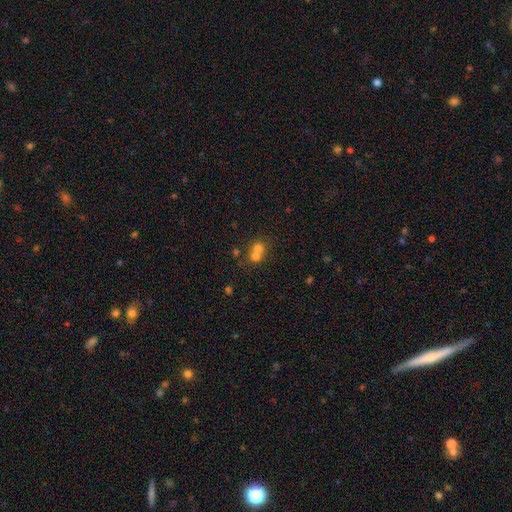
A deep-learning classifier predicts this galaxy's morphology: This appears to be a smooth galaxy with no disk features (65%) that is round (78%). Merging: merger (66%).